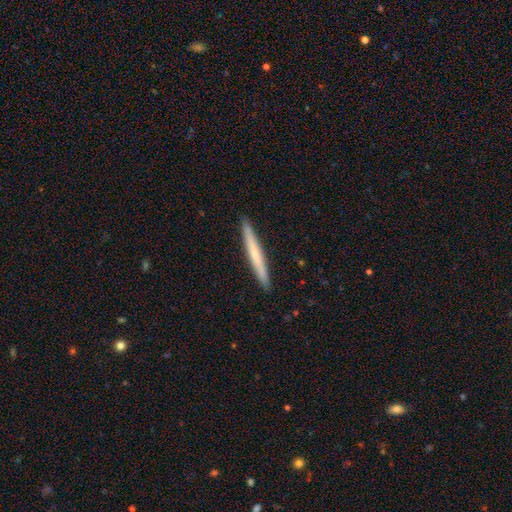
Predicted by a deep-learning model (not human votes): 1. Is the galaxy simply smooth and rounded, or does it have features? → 50% smooth, 43% featured or disk, 7% star or artifact.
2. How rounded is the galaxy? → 97% cigar-shaped, 2% in between, 1% round.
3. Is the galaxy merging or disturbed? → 92% none, 6% minor disturbance, 1% major disturbance, 1% merger.